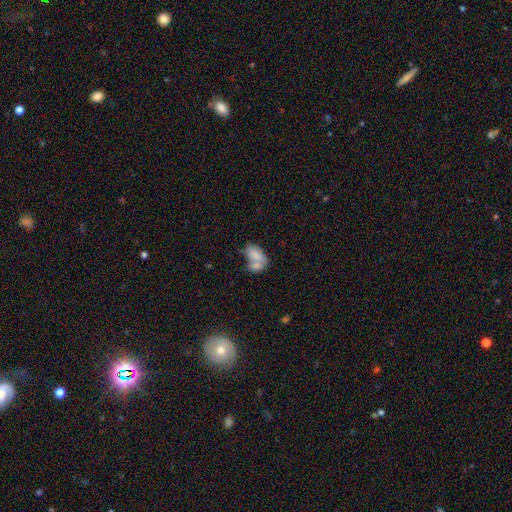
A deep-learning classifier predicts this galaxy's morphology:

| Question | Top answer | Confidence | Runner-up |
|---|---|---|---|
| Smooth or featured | smooth | 73% | featured or disk (20%) |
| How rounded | in between | 87% | round (11%) |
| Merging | merger | 60% | none (23%) |